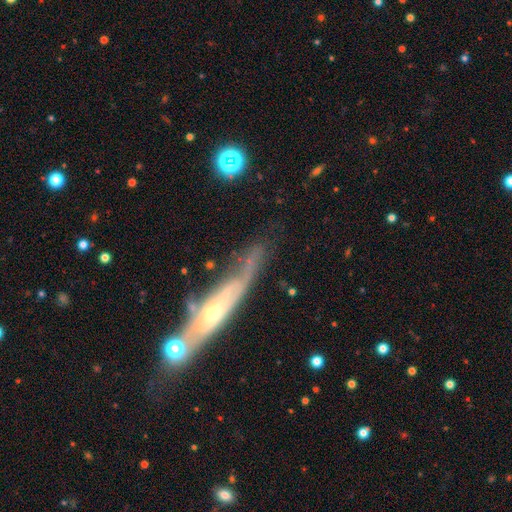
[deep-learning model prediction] Morphology: type=featured or disk (73%); edge-on=yes (54%); merging=none (52%).